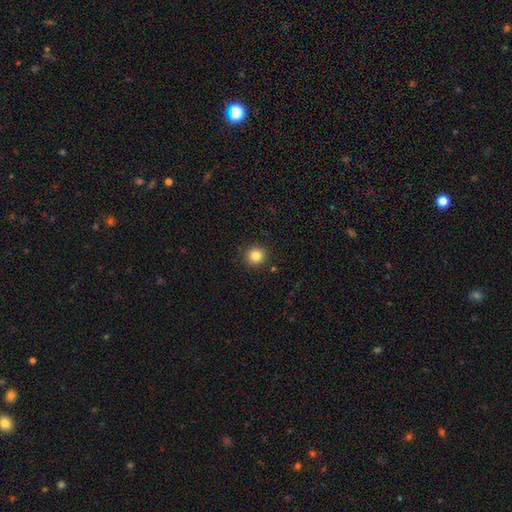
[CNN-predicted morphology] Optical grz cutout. It shows a smooth galaxy with no disk features (84%) that is round (92%). Merging: none (91%).